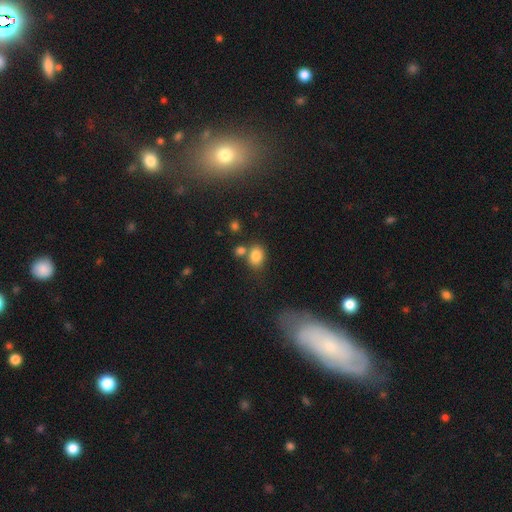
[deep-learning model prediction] A smooth galaxy with no disk features (82%) that is in between round and cigar-shaped (66%). Merging: none (59%).